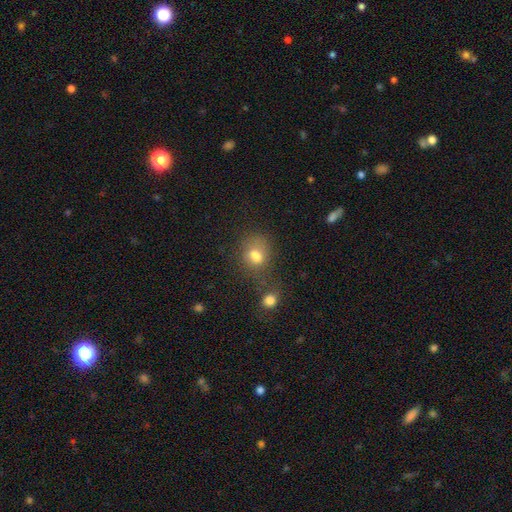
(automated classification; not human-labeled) Morphology: type=smooth (72%); roundness=in between (49%, tied with round); merging=merger (37%, tied with none).